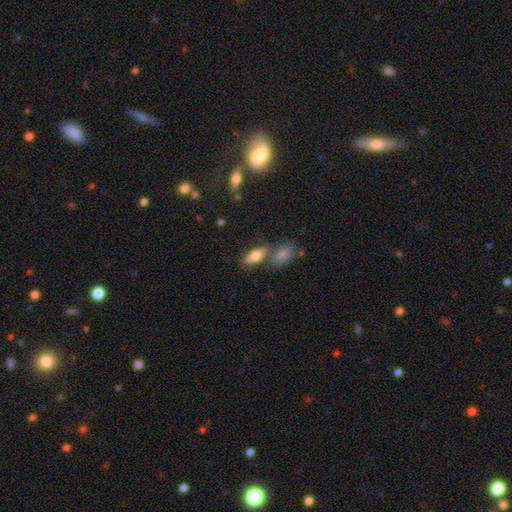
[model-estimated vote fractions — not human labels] Smooth or featured? smooth (76%)
How rounded? in between (82%)
Merging? none (54%)